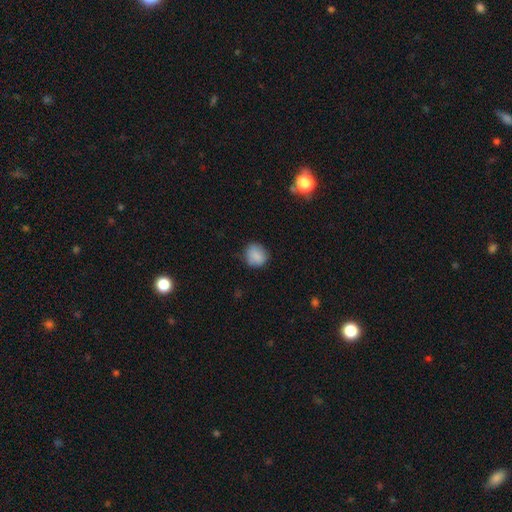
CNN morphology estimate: The model was most divided on "how rounded": round: 76%, in between: 23%, cigar-shaped: 1%. More confident: smooth or featured — smooth (84%); merging — none (76%).